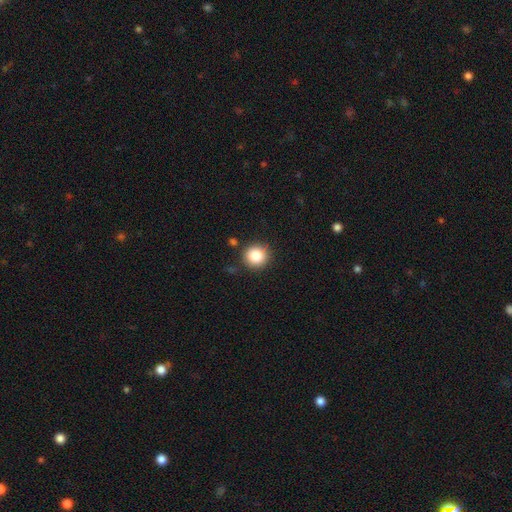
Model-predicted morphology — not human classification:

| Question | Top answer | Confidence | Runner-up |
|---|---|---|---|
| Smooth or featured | smooth | 84% | star or artifact (10%) |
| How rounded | round | 92% | in between (7%) |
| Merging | none | 85% | minor disturbance (9%) |